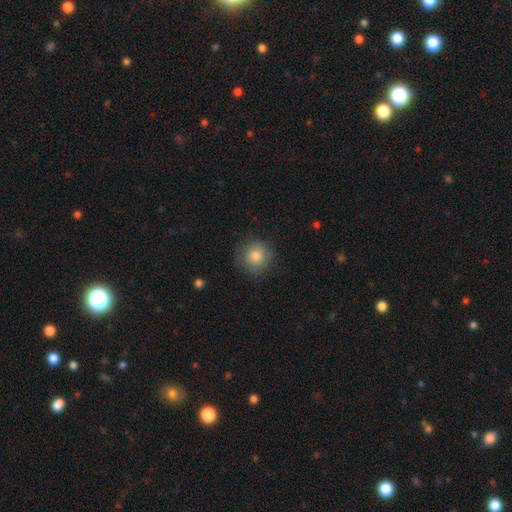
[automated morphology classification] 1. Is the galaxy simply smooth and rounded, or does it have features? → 81% smooth, 10% featured or disk, 9% star or artifact.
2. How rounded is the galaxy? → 93% round, 6% in between, 1% cigar-shaped.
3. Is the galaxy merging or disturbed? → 82% none, 13% minor disturbance, 4% major disturbance, 1% merger.